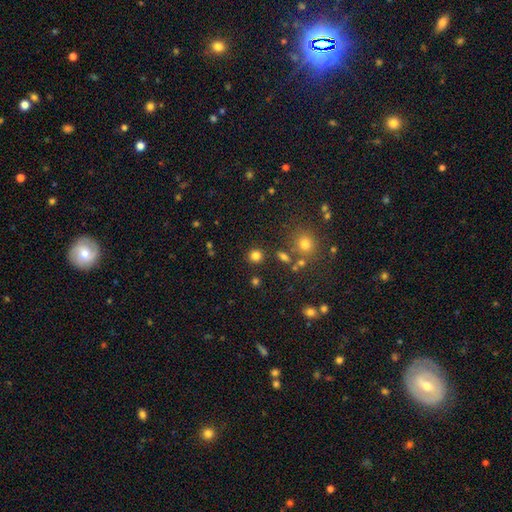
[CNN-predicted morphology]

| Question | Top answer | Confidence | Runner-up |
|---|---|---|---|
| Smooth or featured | smooth | 81% | star or artifact (14%) |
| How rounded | round | 89% | in between (10%) |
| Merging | none | 86% | minor disturbance (7%) |